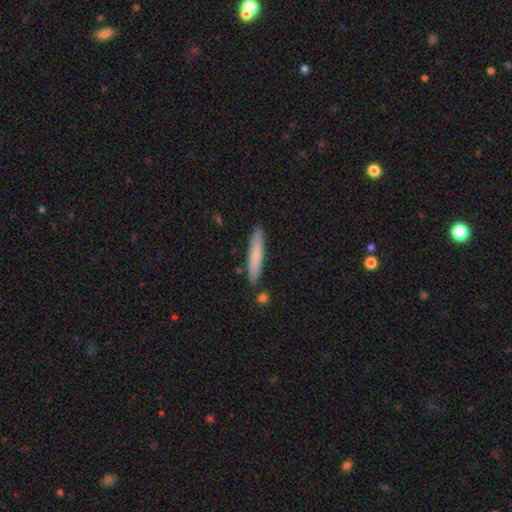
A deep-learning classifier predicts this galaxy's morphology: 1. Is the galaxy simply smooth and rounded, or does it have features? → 70% smooth, 24% featured or disk, 6% star or artifact.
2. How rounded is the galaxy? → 92% cigar-shaped, 7% in between, 1% round.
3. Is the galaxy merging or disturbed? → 86% none, 9% minor disturbance, 3% merger, 2% major disturbance.